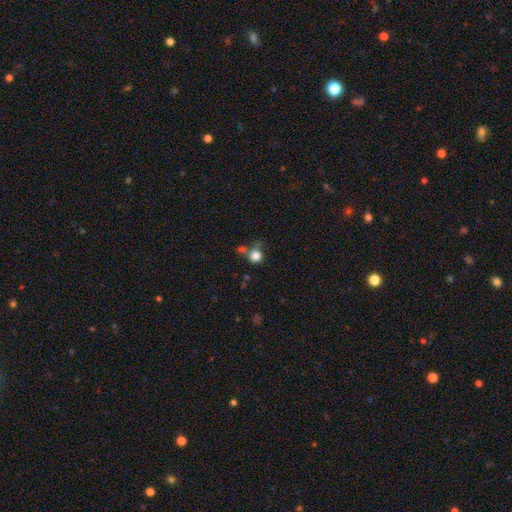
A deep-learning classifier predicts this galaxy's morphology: smooth 78%, featured or disk 11%, star or artifact 11%. Down the decision tree: how rounded — round (85%); merging — none (41%).